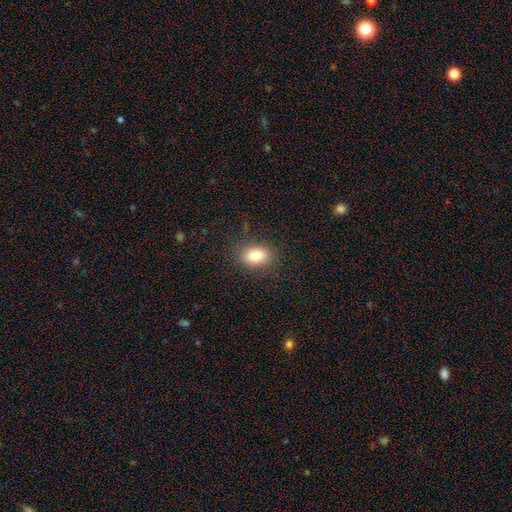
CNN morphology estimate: Smooth or featured?
  - smooth: 82% *
  - star or artifact: 10%
  - featured or disk: 8%
How rounded?
  - in between: 73% *
  - round: 26%
  - cigar-shaped: 1%
Merging?
  - none: 86% *
  - minor disturbance: 10%
  - major disturbance: 3%
  - merger: 1%